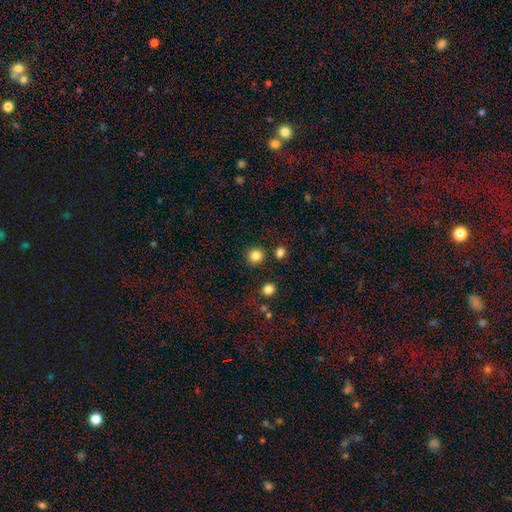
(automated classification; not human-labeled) Smooth or featured? Predicted: smooth (p=0.85). How rounded? Predicted: round (p=0.92). Merging? Predicted: none (p=0.87).